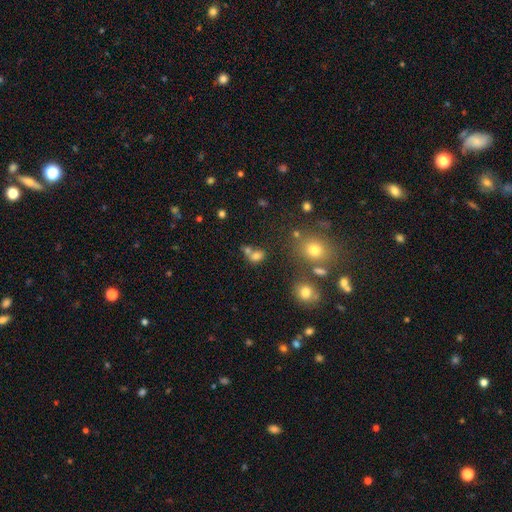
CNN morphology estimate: Q: Smooth or featured?
A: smooth (73%); runner-up: star or artifact (16%)
Q: How rounded?
A: in between (60%); runner-up: round (38%)
Q: Merging?
A: merger (43%); runner-up: none (40%)